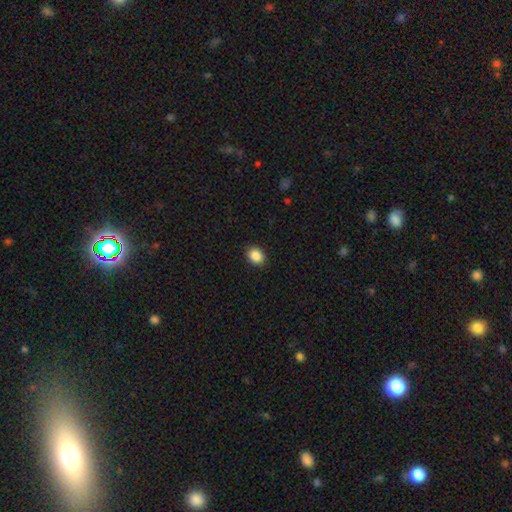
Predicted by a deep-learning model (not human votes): smooth-or-featured: smooth: 89% | star or artifact: 8% | featured or disk: 3%
  how-rounded: in between: 59% | round: 40% | cigar-shaped: 1%
  merging: none: 91% | minor disturbance: 7% | major disturbance: 2% | merger: 1%